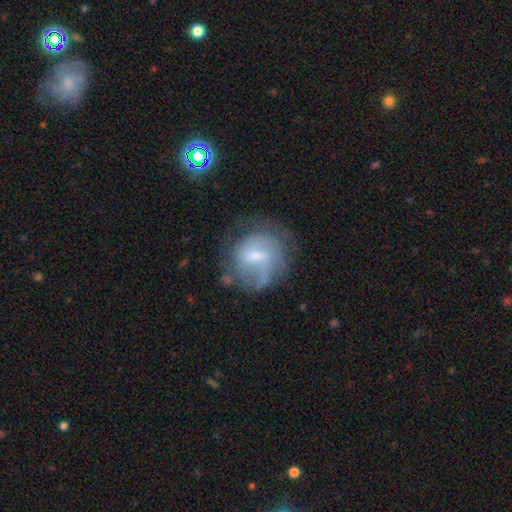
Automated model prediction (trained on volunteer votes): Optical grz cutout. It shows a featured or disk galaxy (57%) with a weak bar (55%), spiral arms (70%) and a small central bulge (48%). Merging: none (55%).